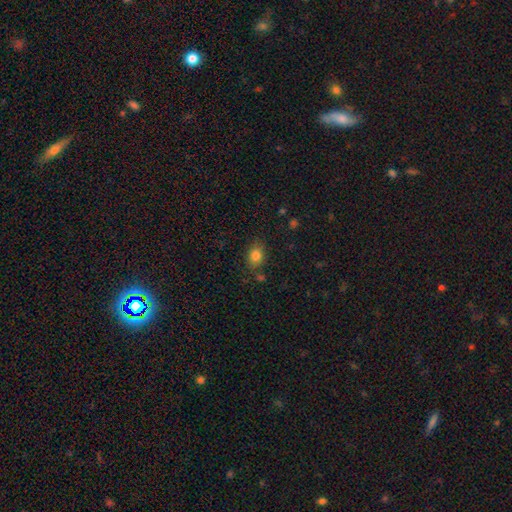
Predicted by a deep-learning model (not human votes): Overall: smooth (82%). How rounded: in between (61%; round 38%). Merging: none (77%).